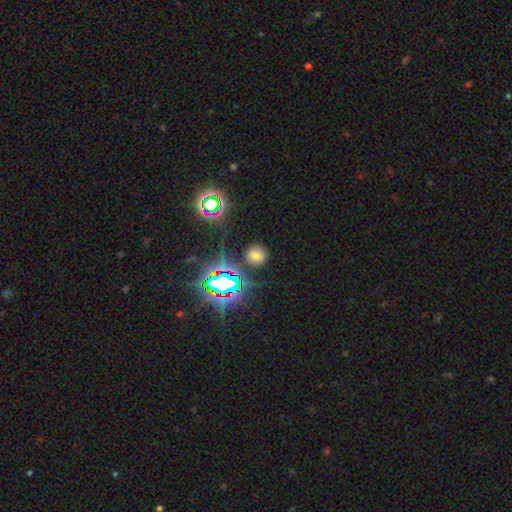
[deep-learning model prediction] A smooth galaxy with no disk features (56%) that is round (83%). Merging: none (83%).